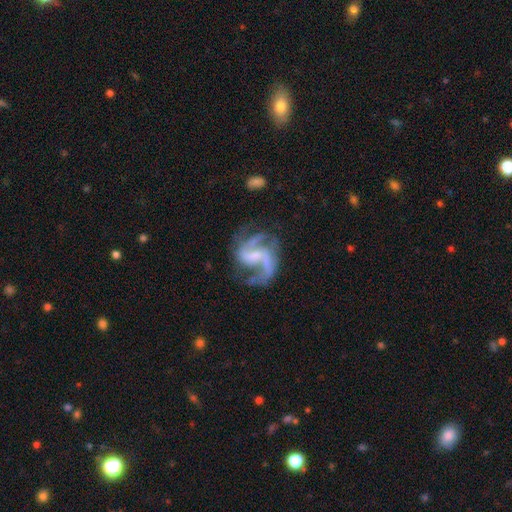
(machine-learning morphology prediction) Smooth or featured? Predicted: featured or disk (p=0.87). Edge-on disk? Predicted: no (p=0.98). Bar? Predicted: weak (p=0.48). Spiral arms? Predicted: yes (p=0.95). Spiral winding? Predicted: medium (p=0.47). Spiral arm count? Predicted: 2 (p=0.51). Bulge size? Predicted: small (p=0.44). Merging? Predicted: none (p=0.52).